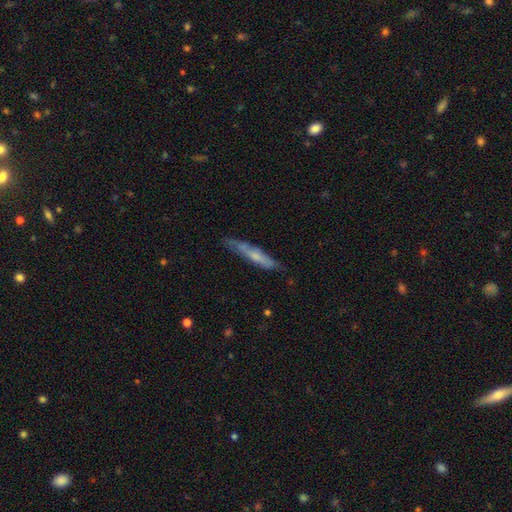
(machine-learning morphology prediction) A smooth galaxy with no disk features (48%).

Vote fractions:
- Smooth or featured? smooth: 48% / featured or disk: 45% / star or artifact: 6%
- Merging? none: 69% / minor disturbance: 24% / major disturbance: 5% / merger: 2%